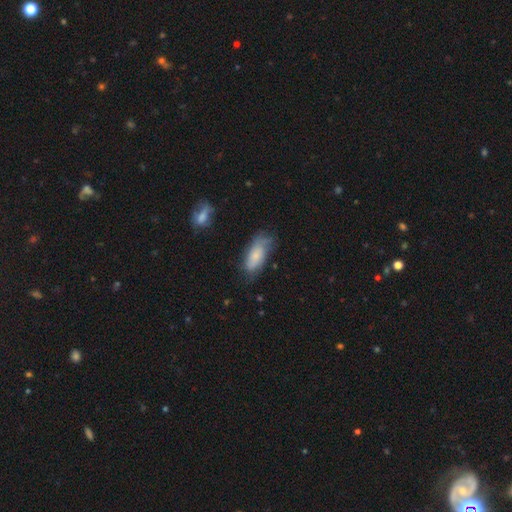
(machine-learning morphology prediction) A smooth galaxy with no disk features (66%) that is in between round and cigar-shaped (82%).

Vote fractions:
- Smooth or featured? smooth: 66% / featured or disk: 27% / star or artifact: 7%
- How rounded? in between: 82% / cigar-shaped: 16% / round: 2%
- Merging? none: 53% / minor disturbance: 33% / major disturbance: 11% / merger: 3%